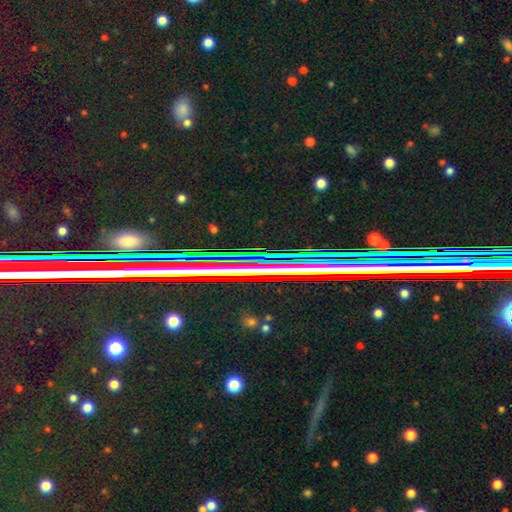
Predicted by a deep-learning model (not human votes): Smooth or featured: star or artifact — 71% (featured or disk — 19%)